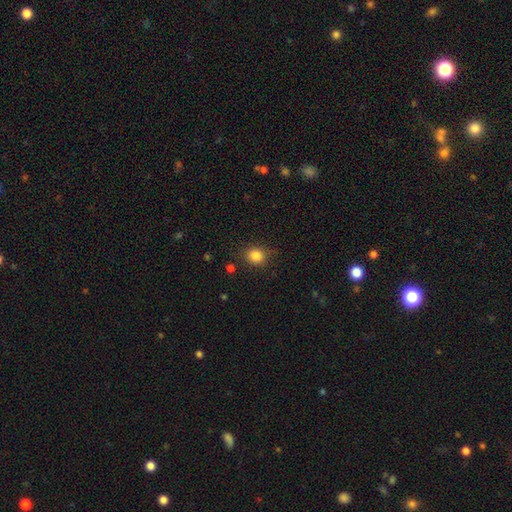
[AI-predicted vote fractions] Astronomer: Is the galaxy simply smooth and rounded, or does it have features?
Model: smooth — 84%.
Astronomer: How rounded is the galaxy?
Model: round — 75%.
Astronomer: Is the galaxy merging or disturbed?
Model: none — 80%.